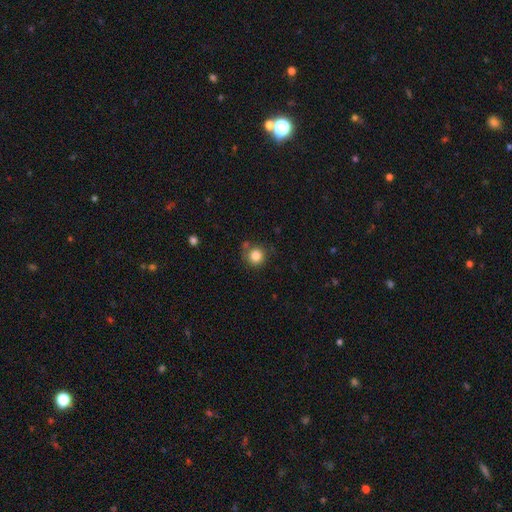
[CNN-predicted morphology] smooth_or_featured: smooth (p=0.83) [alt: star or artifact p=0.10]
how_rounded: round (p=0.91) [alt: in between p=0.08]
merging: none (p=0.74) [alt: minor disturbance p=0.15]